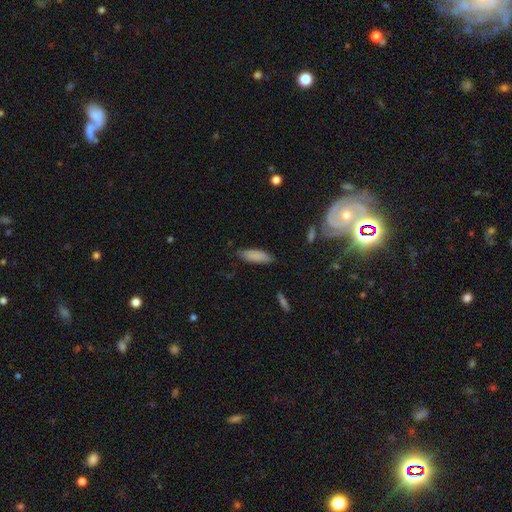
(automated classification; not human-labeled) Overall: smooth (85%). How rounded: in between (54%; cigar-shaped 45%). Merging: none (81%).